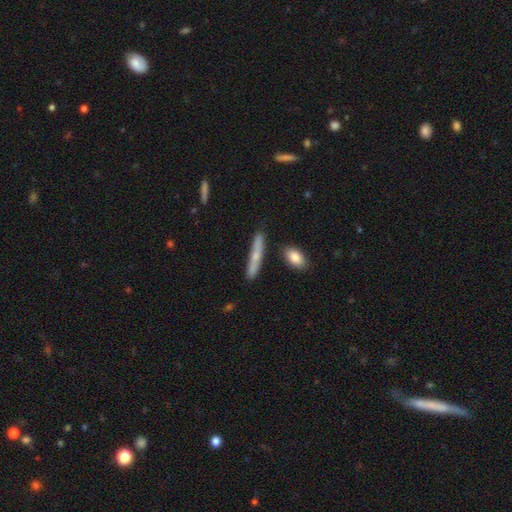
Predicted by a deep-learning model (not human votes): A smooth galaxy with no disk features (55%) that is cigar-shaped (92%).

Vote fractions:
- Smooth or featured? smooth: 55% / featured or disk: 38% / star or artifact: 8%
- How rounded? cigar-shaped: 92% / in between: 6% / round: 2%
- Merging? none: 82% / minor disturbance: 12% / merger: 3% / major disturbance: 2%